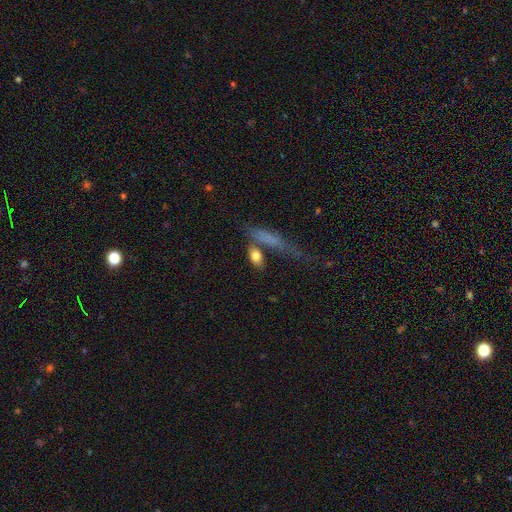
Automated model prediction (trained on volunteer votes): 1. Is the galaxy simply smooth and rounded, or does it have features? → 77% smooth, 15% featured or disk, 8% star or artifact.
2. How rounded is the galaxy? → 73% in between, 18% cigar-shaped, 9% round.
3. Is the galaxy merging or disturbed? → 57% none, 20% merger, 15% minor disturbance, 8% major disturbance.